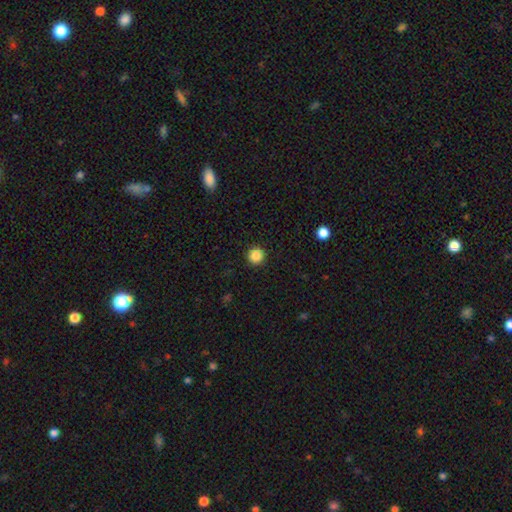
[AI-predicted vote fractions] Overall: smooth (86%). How rounded: round (95%). Merging: none (93%).